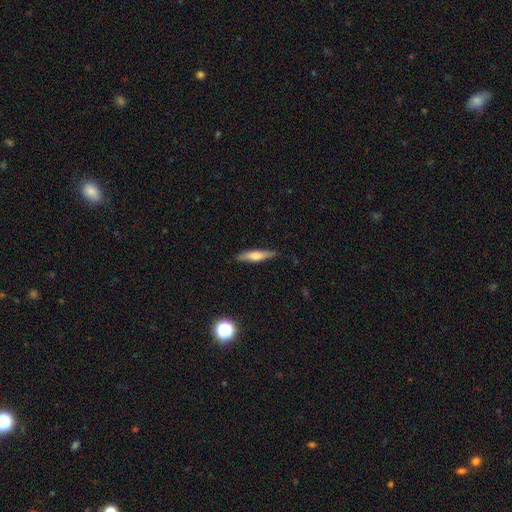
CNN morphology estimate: Smooth or featured? smooth (54%)
How rounded? cigar-shaped (81%)
Merging? none (86%)